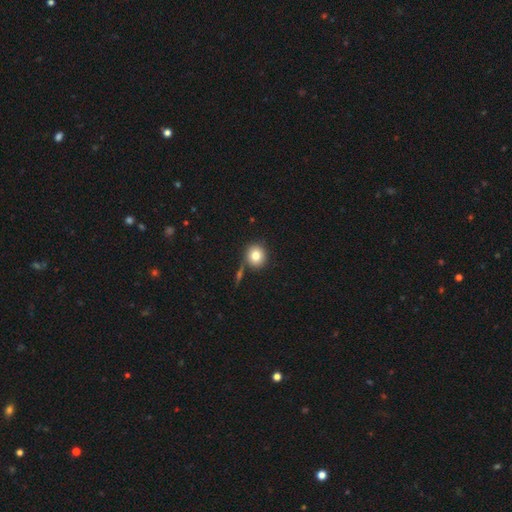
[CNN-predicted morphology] Q: Smooth or featured?
A: smooth (80%); runner-up: star or artifact (10%)
Q: How rounded?
A: round (87%); runner-up: in between (12%)
Q: Merging?
A: none (78%); runner-up: minor disturbance (10%)